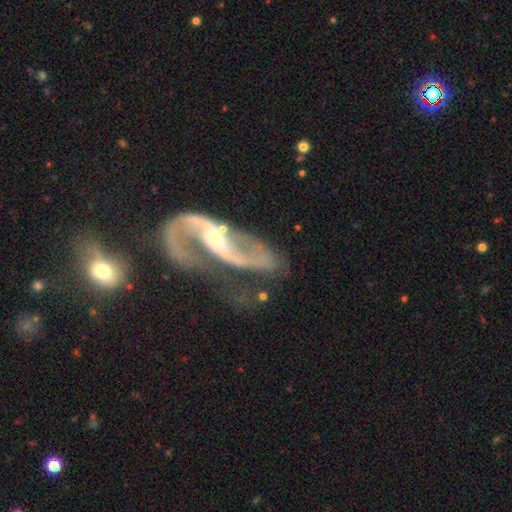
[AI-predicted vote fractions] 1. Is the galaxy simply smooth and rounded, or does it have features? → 86% featured or disk, 8% smooth, 6% star or artifact.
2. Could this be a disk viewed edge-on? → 94% no, 6% yes.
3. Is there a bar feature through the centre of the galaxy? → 43% no, 35% weak, 21% strong.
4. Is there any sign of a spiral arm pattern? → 91% yes, 9% no.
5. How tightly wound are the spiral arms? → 64% loose, 28% medium, 8% tight.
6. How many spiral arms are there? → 83% 2, 10% 1, 3% can't tell, 1% 3, 1% 4, 1% more than 4.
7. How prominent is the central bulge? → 59% small, 32% moderate, 5% none, 3% large, 2% dominant.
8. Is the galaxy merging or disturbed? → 40% none, 31% major disturbance, 16% minor disturbance, 13% merger.